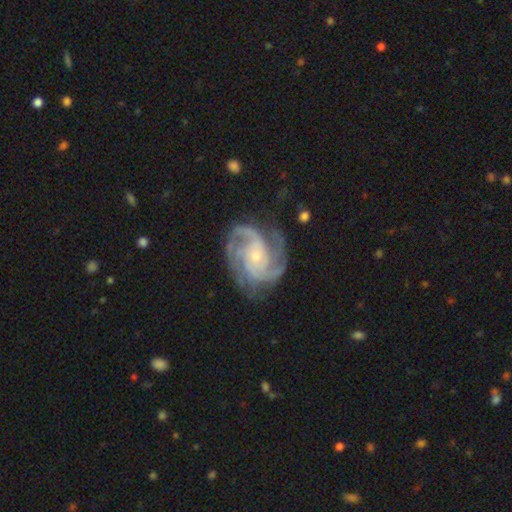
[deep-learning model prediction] Q: Smooth or featured?
A: featured or disk (92%); runner-up: star or artifact (4%)
Q: Edge-on disk?
A: no (98%); runner-up: yes (2%)
Q: Bar?
A: no (65%); runner-up: weak (27%)
Q: Spiral arms?
A: yes (98%); runner-up: no (2%)
Q: Spiral winding?
A: tight (46%); tied with: medium (46%)
Q: Spiral arm count?
A: 3 (44%); runner-up: 2 (28%)
Q: Bulge size?
A: small (65%); runner-up: moderate (29%)
Q: Merging?
A: none (74%); runner-up: minor disturbance (17%)